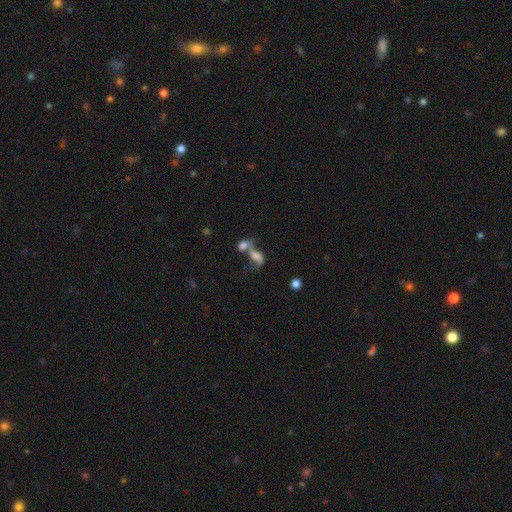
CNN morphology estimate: Overall: featured or disk (45%; smooth 42%). Merging: merger (65%).